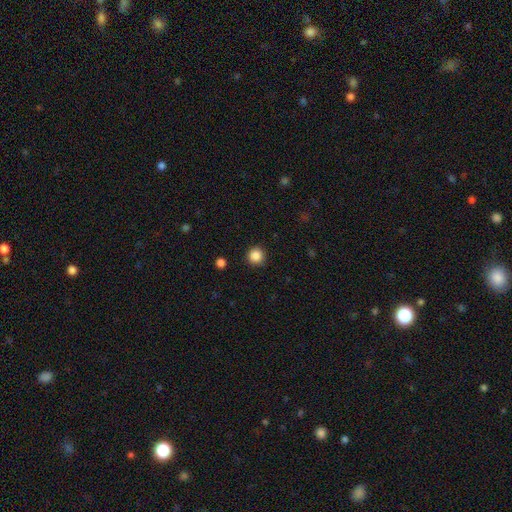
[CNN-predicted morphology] Overall: smooth (86%). How rounded: round (95%). Merging: none (91%).